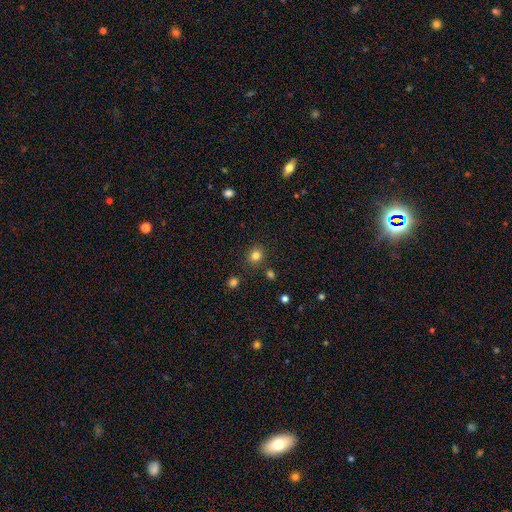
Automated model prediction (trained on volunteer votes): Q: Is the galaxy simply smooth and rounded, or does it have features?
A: smooth — 82%.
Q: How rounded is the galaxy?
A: round — 85%.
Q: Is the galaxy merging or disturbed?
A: none — 85%.